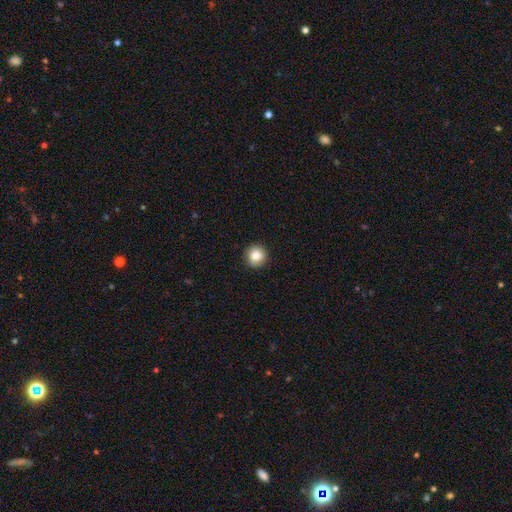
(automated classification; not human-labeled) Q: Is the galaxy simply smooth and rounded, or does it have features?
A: smooth — 83%.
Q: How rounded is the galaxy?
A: round — 92%.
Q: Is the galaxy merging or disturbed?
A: none — 88%.